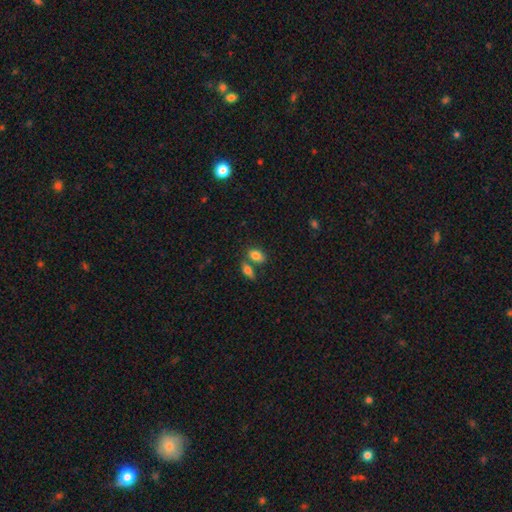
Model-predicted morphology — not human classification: Smooth or featured?
  - smooth: 82% *
  - featured or disk: 10%
  - star or artifact: 8%
How rounded?
  - in between: 88% *
  - round: 8%
  - cigar-shaped: 4%
Merging?
  - none: 53% *
  - merger: 33%
  - minor disturbance: 11%
  - major disturbance: 3%